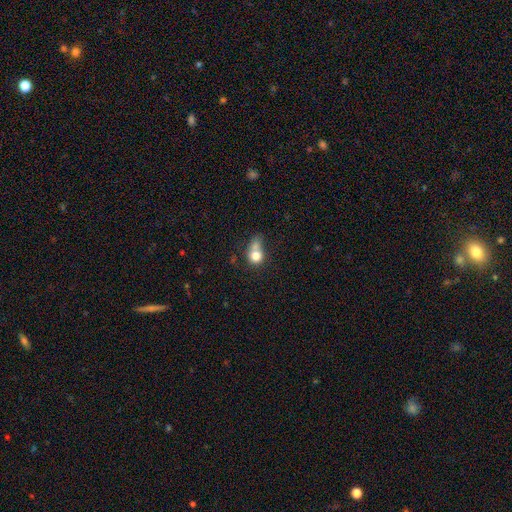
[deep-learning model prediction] Smooth or featured: smooth — 75% (featured or disk — 14%)
How rounded: round — 72% (in between — 27%)
Merging: merger — 39% (none — 29%)